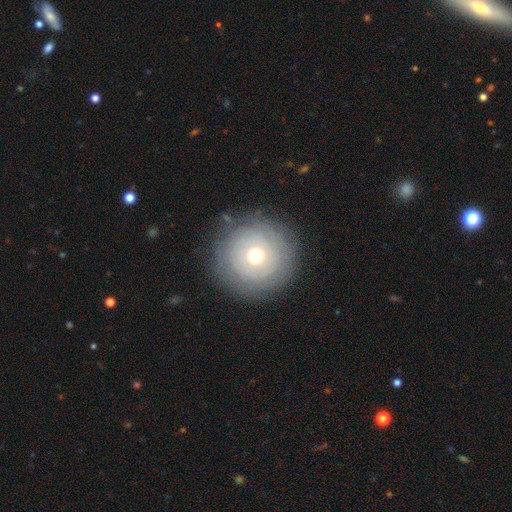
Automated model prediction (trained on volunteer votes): Q: Smooth or featured?
A: smooth (49%); runner-up: featured or disk (39%)
Q: Merging?
A: none (86%); runner-up: minor disturbance (9%)